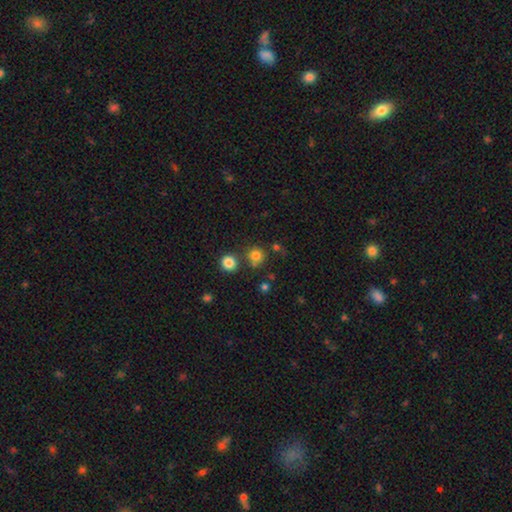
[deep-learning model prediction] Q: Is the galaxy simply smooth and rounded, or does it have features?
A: smooth — 77%.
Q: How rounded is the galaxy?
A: round — 91%.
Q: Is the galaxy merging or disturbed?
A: none — 70%.